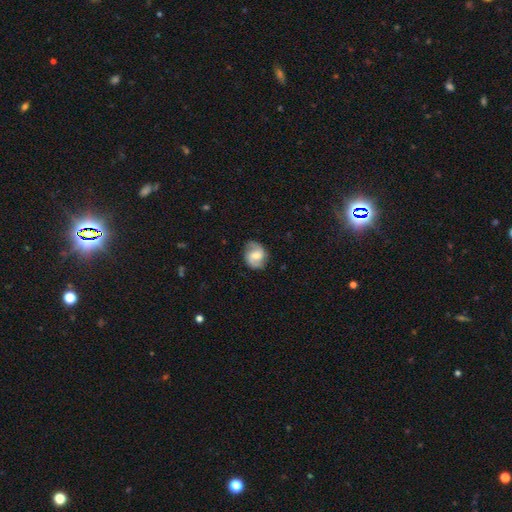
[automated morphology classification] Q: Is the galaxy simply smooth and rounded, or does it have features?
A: featured or disk — 72%.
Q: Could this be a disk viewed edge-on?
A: no — 98%.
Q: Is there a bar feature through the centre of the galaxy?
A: weak — 49%.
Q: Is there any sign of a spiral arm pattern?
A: yes — 94%.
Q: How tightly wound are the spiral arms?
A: medium — 49%.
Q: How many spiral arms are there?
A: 2 — 91%.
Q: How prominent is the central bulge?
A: moderate — 49%.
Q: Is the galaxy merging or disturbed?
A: none — 81%.